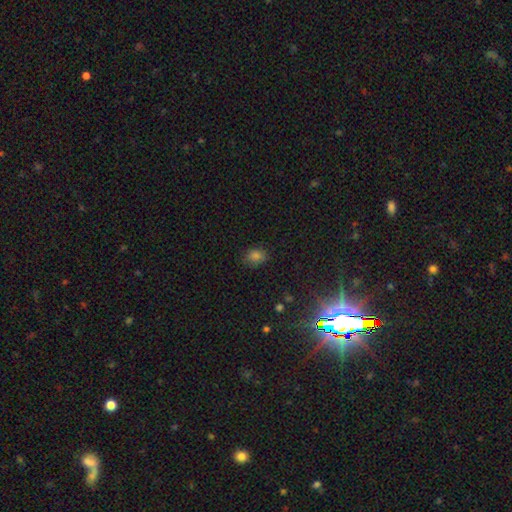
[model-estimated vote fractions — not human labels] Smooth or featured: smooth — 72% (star or artifact — 22%)
How rounded: in between — 52% (round — 47%)
Merging: none — 82% (minor disturbance — 13%)